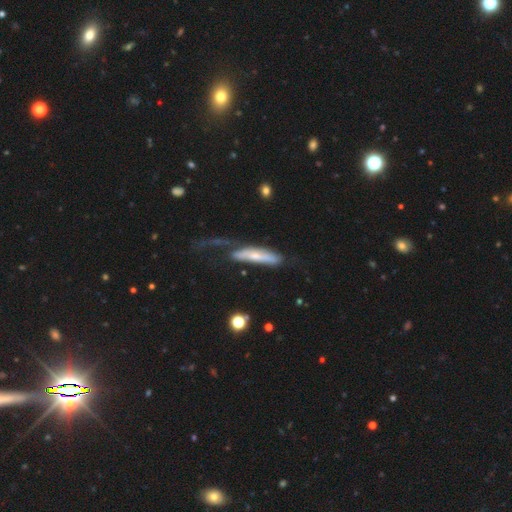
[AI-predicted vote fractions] featured or disk 50%, smooth 44%, star or artifact 6%. Down the decision tree: edge-on disk — yes (56%); merging — major disturbance (45%).